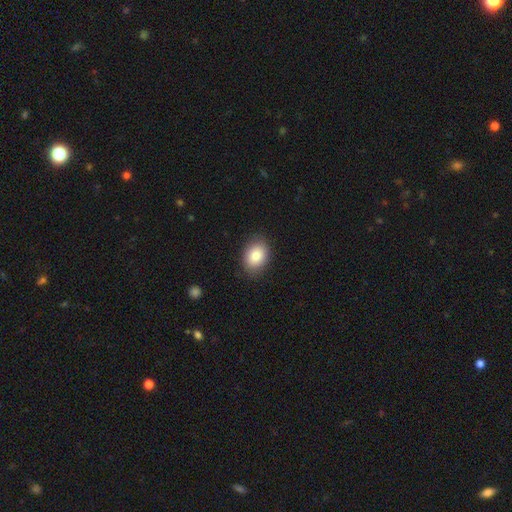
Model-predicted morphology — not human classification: smooth-or-featured: smooth: 84% | featured or disk: 9% | star or artifact: 8%
  how-rounded: in between: 71% | round: 28% | cigar-shaped: 1%
  merging: none: 86% | minor disturbance: 11% | major disturbance: 3% | merger: 1%